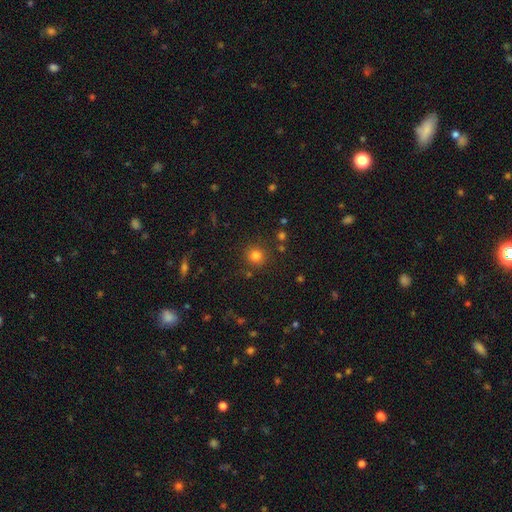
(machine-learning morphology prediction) smooth 79%, star or artifact 15%, featured or disk 6%. Down the decision tree: how rounded — round (93%); merging — none (86%).